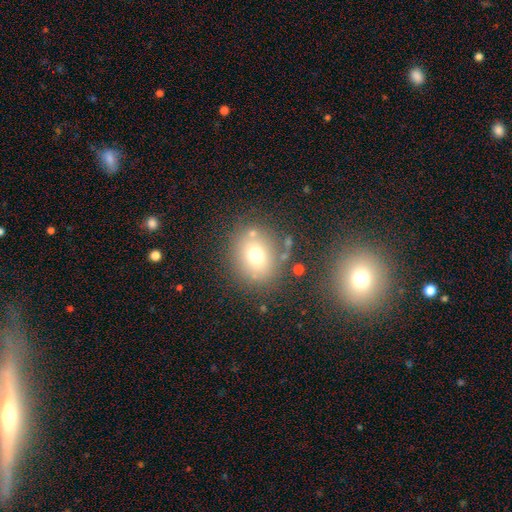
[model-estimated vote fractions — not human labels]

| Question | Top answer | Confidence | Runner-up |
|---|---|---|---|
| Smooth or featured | smooth | 70% | featured or disk (15%) |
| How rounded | round | 70% | in between (29%) |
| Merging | none | 75% | minor disturbance (12%) |